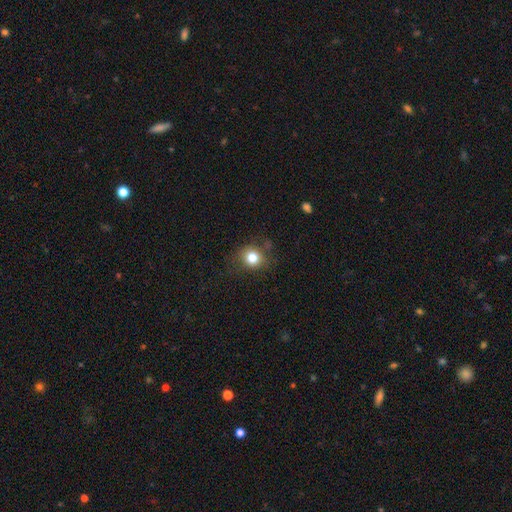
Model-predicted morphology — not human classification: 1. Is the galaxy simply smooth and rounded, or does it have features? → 78% smooth, 15% star or artifact, 8% featured or disk.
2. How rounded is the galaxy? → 83% round, 16% in between, 1% cigar-shaped.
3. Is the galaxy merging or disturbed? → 79% none, 14% minor disturbance, 5% major disturbance, 2% merger.